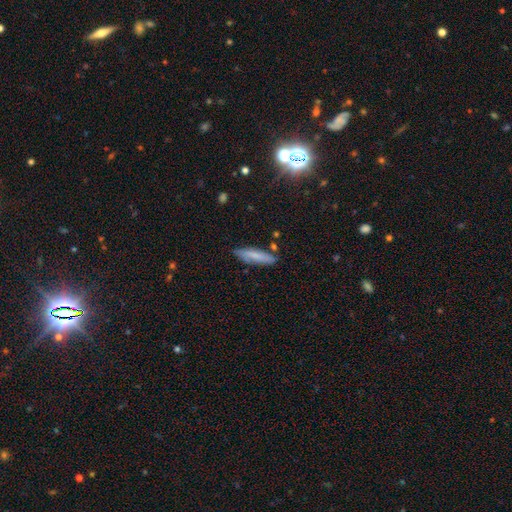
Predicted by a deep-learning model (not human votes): smooth 72%, featured or disk 20%, star or artifact 8%. Down the decision tree: how rounded — cigar-shaped (78%); merging — none (81%).